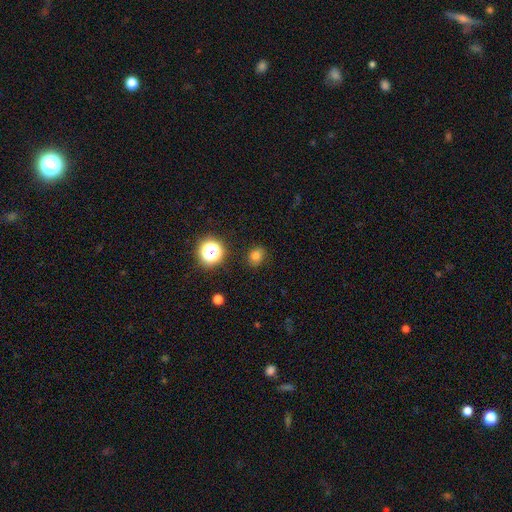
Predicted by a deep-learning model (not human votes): The model was most divided on "how rounded": round: 64%, in between: 35%, cigar-shaped: 1%. More confident: merging — none (85%); smooth or featured — smooth (77%).